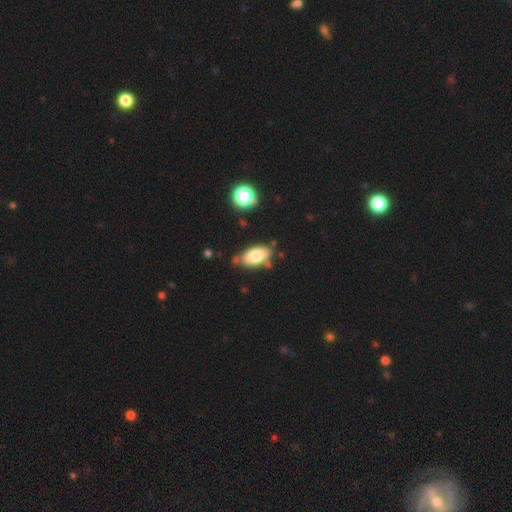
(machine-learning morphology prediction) The model was most divided on "merging": none: 70%, minor disturbance: 20%, merger: 7%, major disturbance: 4%. More confident: how rounded — in between (91%); smooth or featured — smooth (78%).